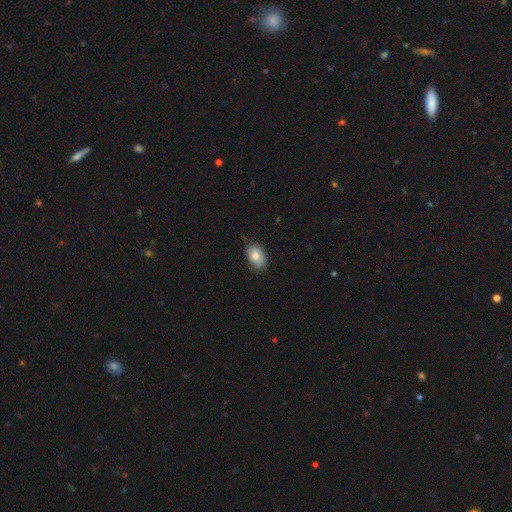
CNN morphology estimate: smooth_or_featured: smooth (p=0.78) [alt: featured or disk p=0.14]
how_rounded: in between (p=0.87) [alt: round p=0.11]
merging: none (p=0.73) [alt: minor disturbance p=0.22]